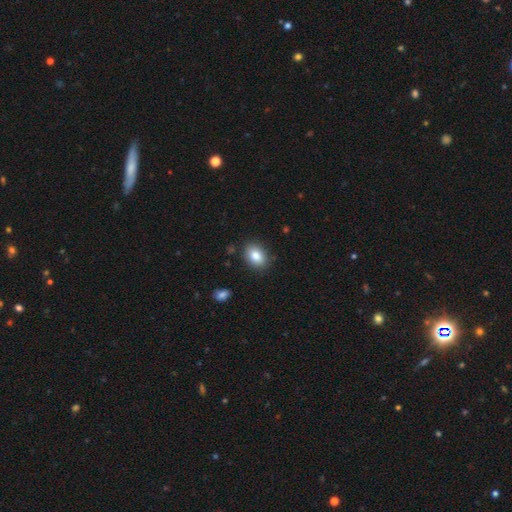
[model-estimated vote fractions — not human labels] Smooth or featured: smooth — 85% (star or artifact — 8%)
How rounded: in between — 75% (round — 24%)
Merging: none — 86% (minor disturbance — 10%)